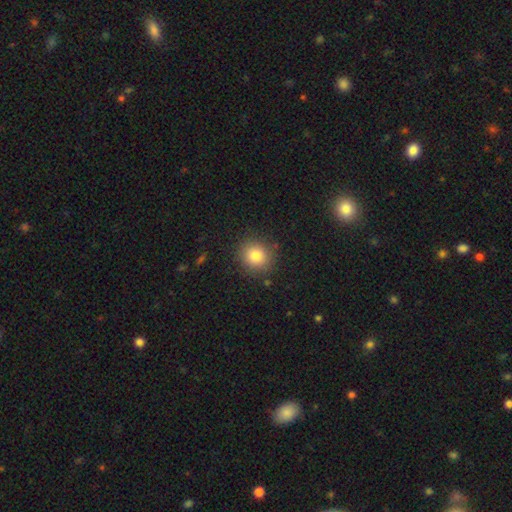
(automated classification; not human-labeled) A smooth galaxy with no disk features (82%) that is round (86%).

Vote fractions:
- Smooth or featured? smooth: 82% / star or artifact: 11% / featured or disk: 7%
- How rounded? round: 86% / in between: 13% / cigar-shaped: 1%
- Merging? none: 88% / minor disturbance: 8% / major disturbance: 3% / merger: 2%